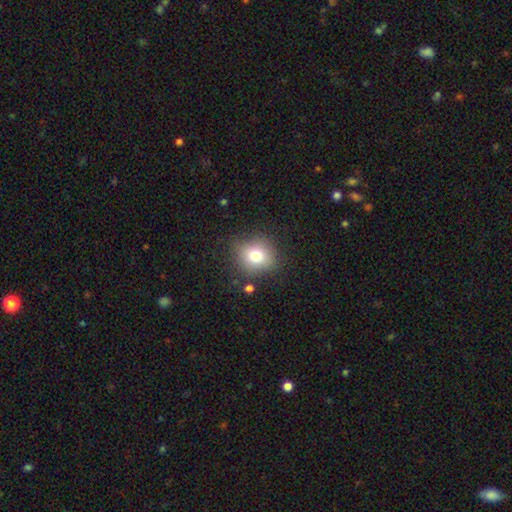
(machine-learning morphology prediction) Smooth or featured: smooth — 75% (star or artifact — 13%)
How rounded: round — 81% (in between — 18%)
Merging: none — 82% (minor disturbance — 11%)